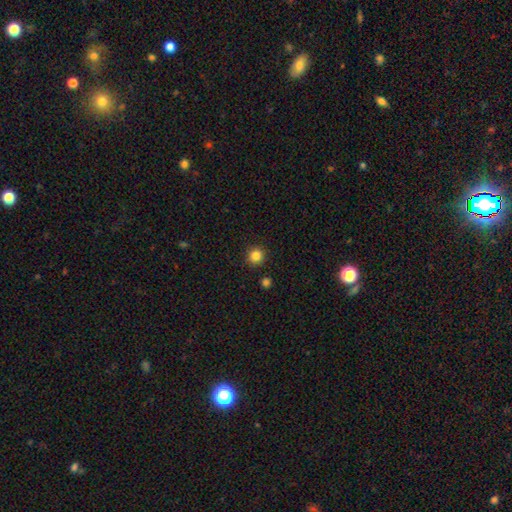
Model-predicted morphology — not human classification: Smooth or featured? Predicted: smooth (p=0.85). How rounded? Predicted: round (p=0.93). Merging? Predicted: none (p=0.91).